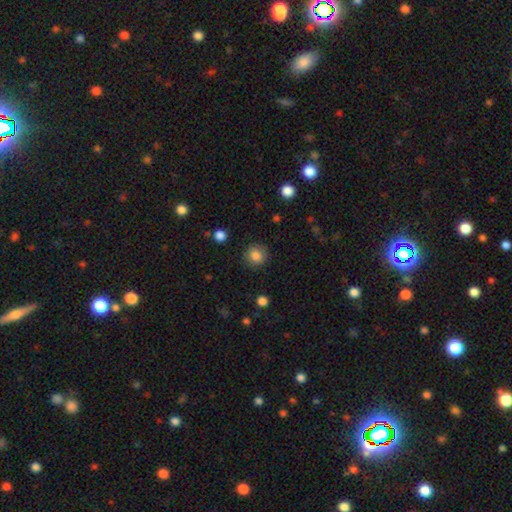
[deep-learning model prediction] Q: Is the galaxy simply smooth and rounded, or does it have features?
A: smooth — 85%.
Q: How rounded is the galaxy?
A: round — 90%.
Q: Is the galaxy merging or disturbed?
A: none — 88%.